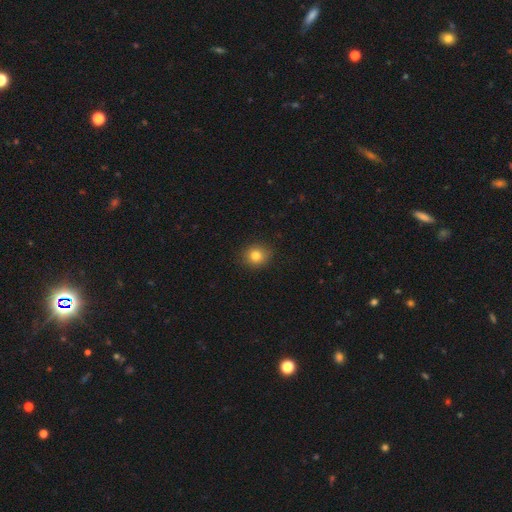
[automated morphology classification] Q: Smooth or featured?
A: smooth (81%); runner-up: star or artifact (12%)
Q: How rounded?
A: round (86%); runner-up: in between (13%)
Q: Merging?
A: none (90%); runner-up: minor disturbance (7%)